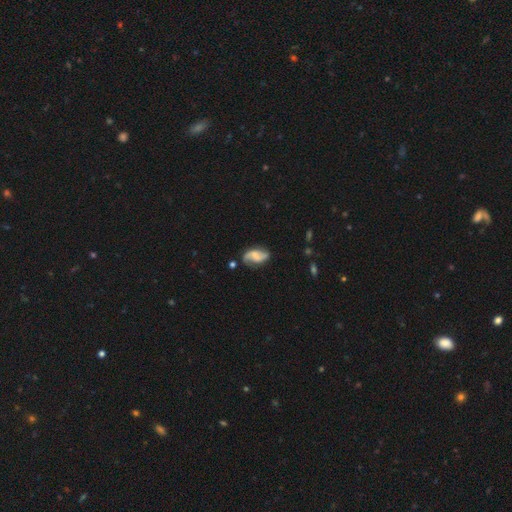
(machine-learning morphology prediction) Smooth or featured? featured or disk (76%)
Edge-on disk? no (97%)
Bar? no (44%)
Spiral arms? yes (94%)
Spiral winding? loose (56%)
Spiral arm count? 2 (90%)
Bulge size? none (36%)
Merging? none (70%)